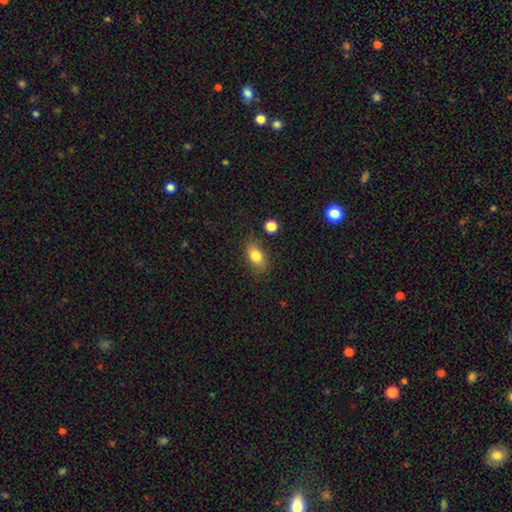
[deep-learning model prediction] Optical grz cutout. It shows a smooth galaxy with no disk features (82%) that is in between round and cigar-shaped (86%). Merging: none (79%).